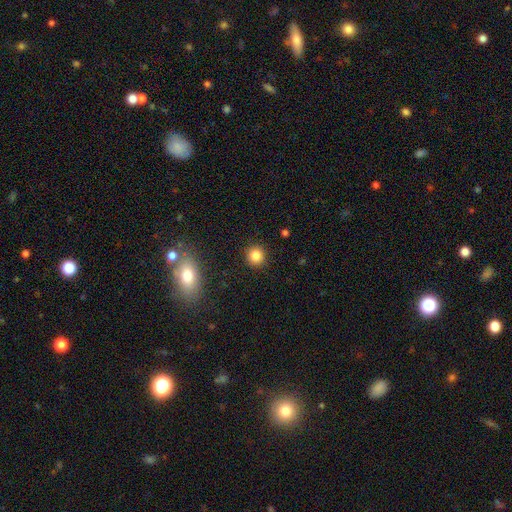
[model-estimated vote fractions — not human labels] This appears to be a smooth galaxy with no disk features (84%) that is round (92%). Merging: none (91%).